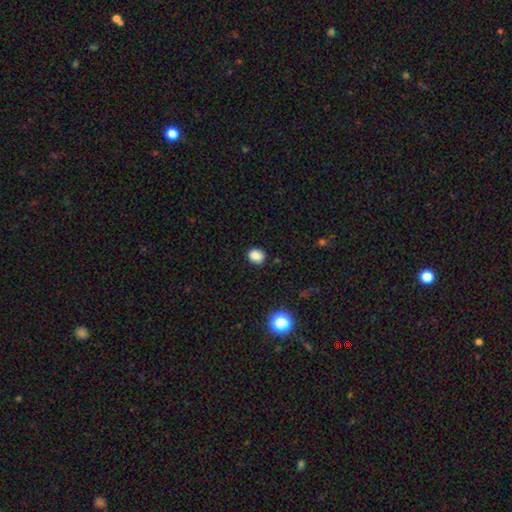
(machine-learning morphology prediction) A smooth galaxy with no disk features (85%) that is round (51%). Merging: none (86%).